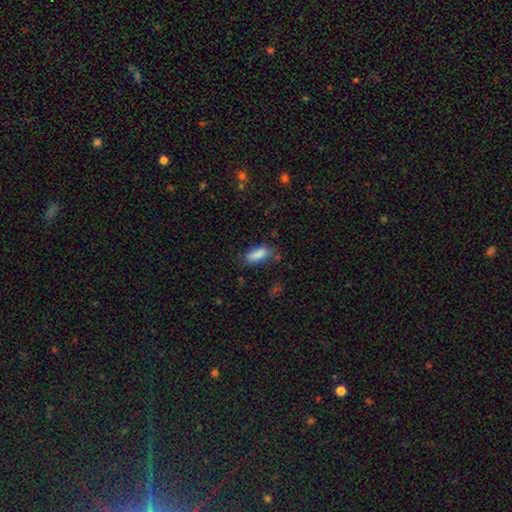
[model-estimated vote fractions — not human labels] Overall: smooth (86%). How rounded: in between (77%). Merging: none (68%).